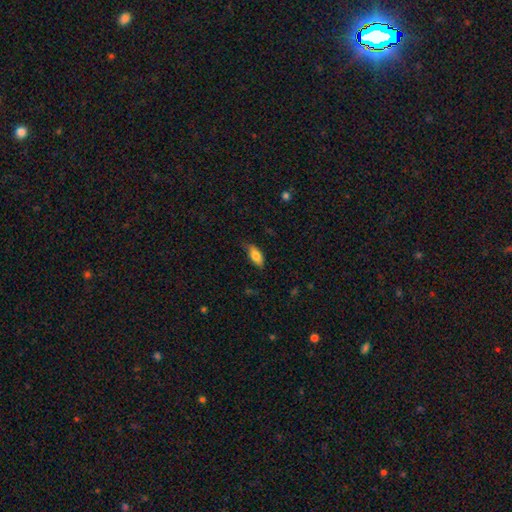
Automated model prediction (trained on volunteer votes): This appears to be a smooth galaxy with no disk features (79%) that is in between round and cigar-shaped (82%). Merging: none (71%).